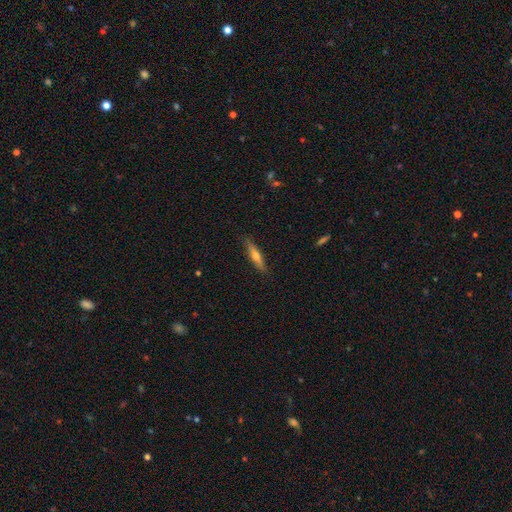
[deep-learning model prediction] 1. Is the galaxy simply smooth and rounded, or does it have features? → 54% featured or disk, 40% smooth, 6% star or artifact.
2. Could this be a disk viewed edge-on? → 94% yes, 6% no.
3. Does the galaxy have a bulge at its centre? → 88% rounded, 9% none, 4% boxy.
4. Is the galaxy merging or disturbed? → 89% none, 8% minor disturbance, 2% major disturbance, 1% merger.